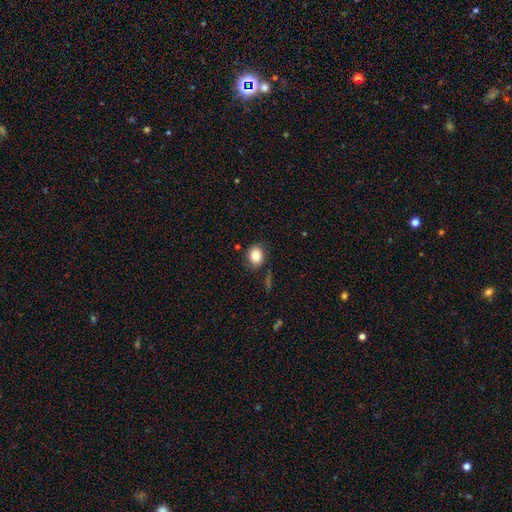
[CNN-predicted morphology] The model was most divided on "how rounded": round: 60%, in between: 39%, cigar-shaped: 1%. More confident: smooth or featured — smooth (83%); merging — none (80%).